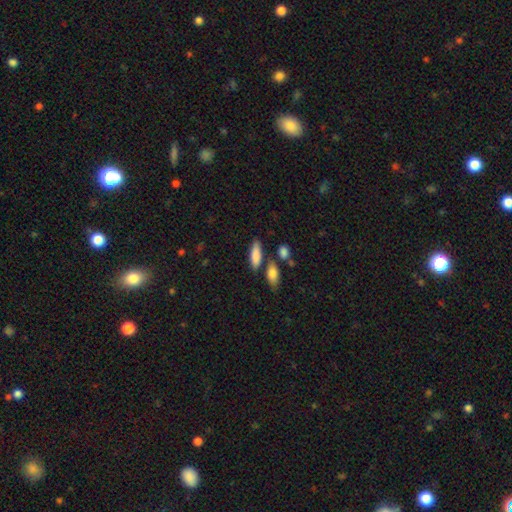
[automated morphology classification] Smooth or featured: smooth — 85% (featured or disk — 9%)
How rounded: in between — 62% (cigar-shaped — 35%)
Merging: none — 70% (minor disturbance — 14%)